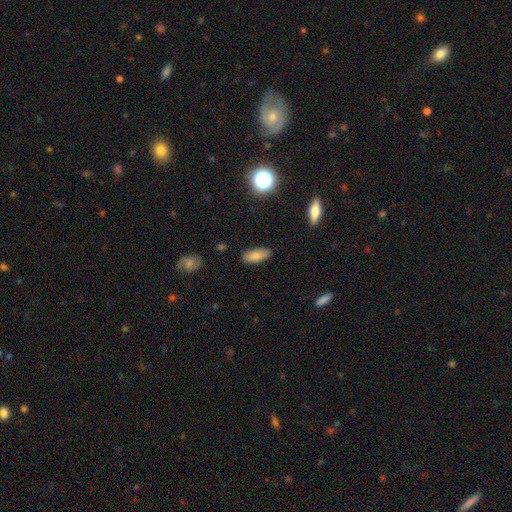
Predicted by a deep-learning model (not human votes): Morphology: type=smooth (82%); roundness=in between (86%); merging=none (84%).